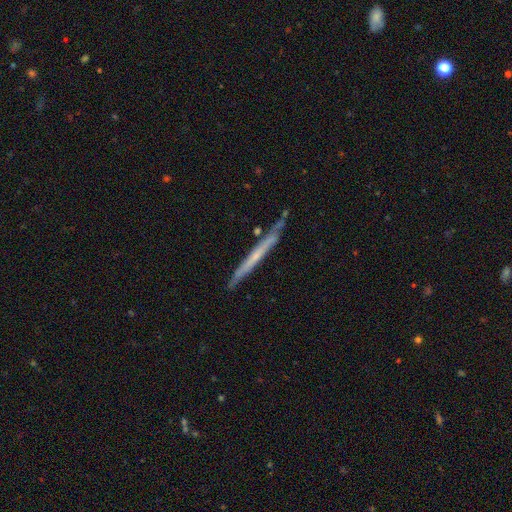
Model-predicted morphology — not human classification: Smooth or featured?
  - featured or disk: 59% *
  - smooth: 35%
  - star or artifact: 6%
Edge-on disk?
  - yes: 95% *
  - no: 5%
Edge-on bulge?
  - none: 79% *
  - rounded: 17%
  - boxy: 4%
Merging?
  - none: 81% *
  - minor disturbance: 14%
  - merger: 3%
  - major disturbance: 2%